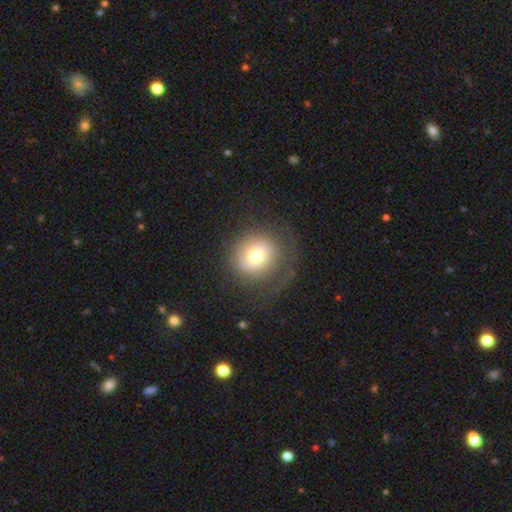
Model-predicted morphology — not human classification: smooth 66%, featured or disk 23%, star or artifact 11%. Down the decision tree: how rounded — round (83%); merging — none (64%).